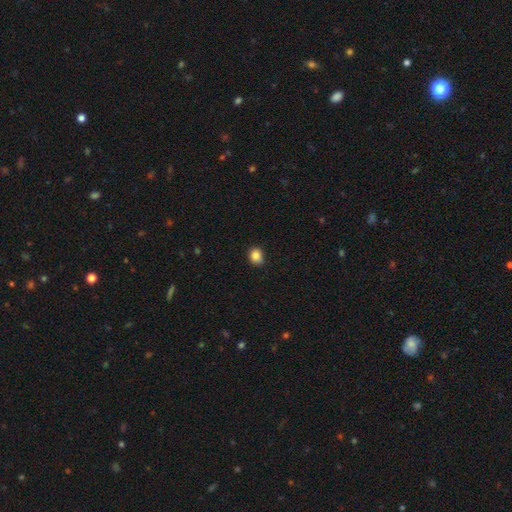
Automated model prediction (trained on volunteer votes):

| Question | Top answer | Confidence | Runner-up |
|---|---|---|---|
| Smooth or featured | smooth | 87% | star or artifact (9%) |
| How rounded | round | 53% | in between (46%) |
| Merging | none | 88% | minor disturbance (10%) |